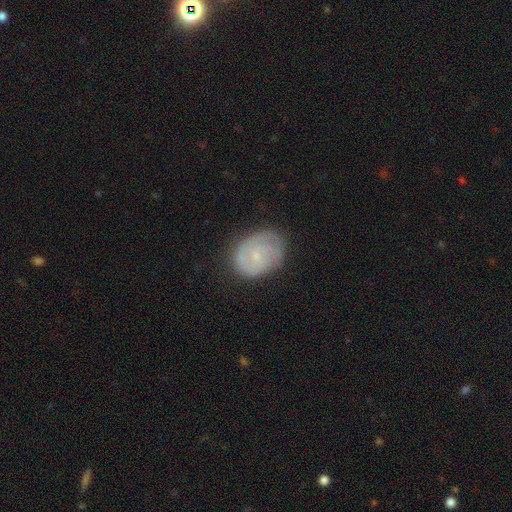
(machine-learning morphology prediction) A featured or disk galaxy (58%) with no bar (67%), spiral arms (82%) and a small central bulge (75%). Merging: none (74%).